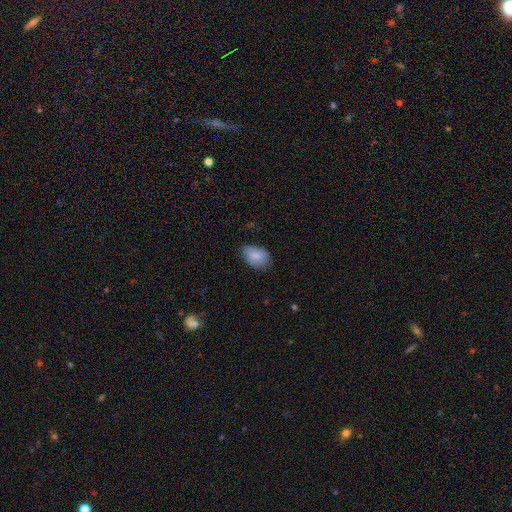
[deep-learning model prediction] This is clearly a smooth galaxy (83%). How rounded: clearly in between (88%). Merging: likely none (67%).